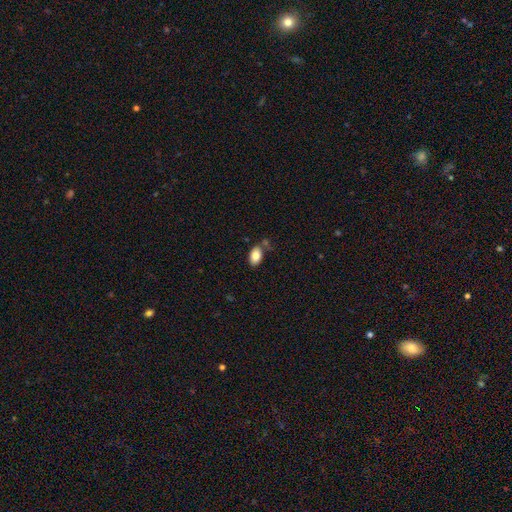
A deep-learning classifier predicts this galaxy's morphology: A smooth galaxy with no disk features (85%) that is in between round and cigar-shaped (92%).

Vote fractions:
- Smooth or featured? smooth: 85% / star or artifact: 8% / featured or disk: 7%
- How rounded? in between: 92% / round: 6% / cigar-shaped: 2%
- Merging? none: 69% / minor disturbance: 16% / merger: 11% / major disturbance: 4%